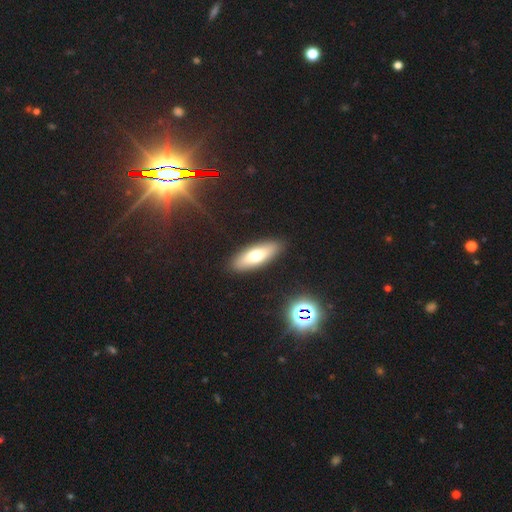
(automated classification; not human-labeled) smooth-or-featured: smooth: 64% | featured or disk: 28% | star or artifact: 7%
  how-rounded: in between: 59% | cigar-shaped: 39% | round: 2%
  merging: none: 89% | minor disturbance: 7% | major disturbance: 2% | merger: 1%